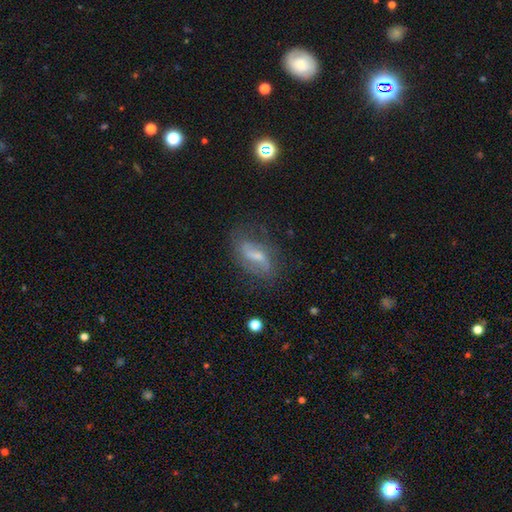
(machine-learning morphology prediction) This is likely a featured or disk galaxy (63%). It is clearly not viewed edge-on (91%). Bar: possibly weak (49%). Spiral arm pattern: clearly yes (81%). Central bulge: marginally small (40%). Merging: likely none (63%).